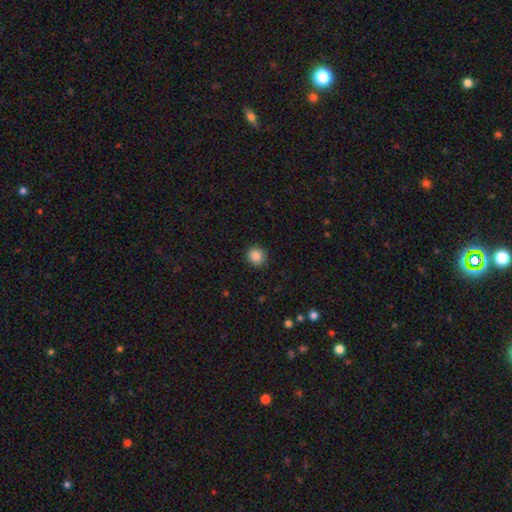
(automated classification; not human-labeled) smooth-or-featured: smooth: 87% | star or artifact: 10% | featured or disk: 3%
  how-rounded: round: 90% | in between: 9% | cigar-shaped: 1%
  merging: none: 90% | minor disturbance: 8% | major disturbance: 2% | merger: 1%